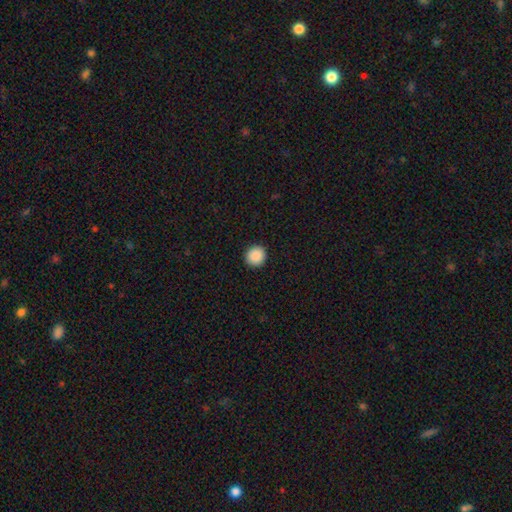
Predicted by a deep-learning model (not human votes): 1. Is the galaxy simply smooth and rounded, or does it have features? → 89% smooth, 8% star or artifact, 2% featured or disk.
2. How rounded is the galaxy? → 93% round, 6% in between, 1% cigar-shaped.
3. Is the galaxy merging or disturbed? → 92% none, 5% minor disturbance, 2% major disturbance, 1% merger.